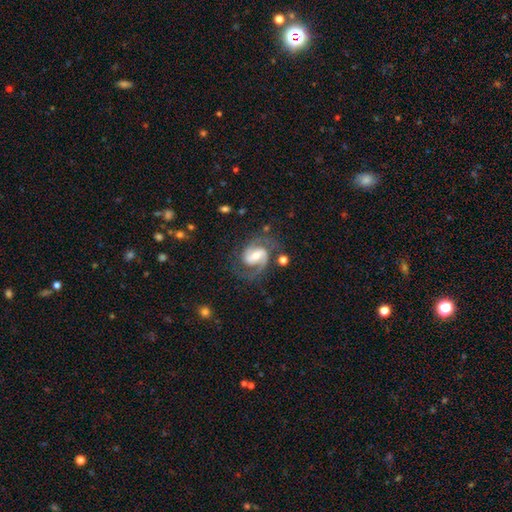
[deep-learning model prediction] A featured or disk galaxy (88%) with a weak bar (46%), 2 (89%) medium (58%) spiral arms (97%) and a moderate central bulge (55%).

Vote fractions:
- Smooth or featured? featured or disk: 88% / smooth: 7% / star or artifact: 5%
- Edge-on disk? no: 98% / yes: 2%
- Bar? weak: 46% / strong: 32% / no: 22%
- Spiral arms? yes: 97% / no: 3%
- Spiral winding? medium: 58% / tight: 25% / loose: 17%
- Spiral arm count? 2: 89% / 1: 4% / can't tell: 3% / 3: 2% / 4: 1% / more than 4: 1%
- Bulge size? moderate: 55% / small: 34% / large: 7% / none: 2% / dominant: 1%
- Merging? none: 71% / minor disturbance: 16% / major disturbance: 10% / merger: 3%